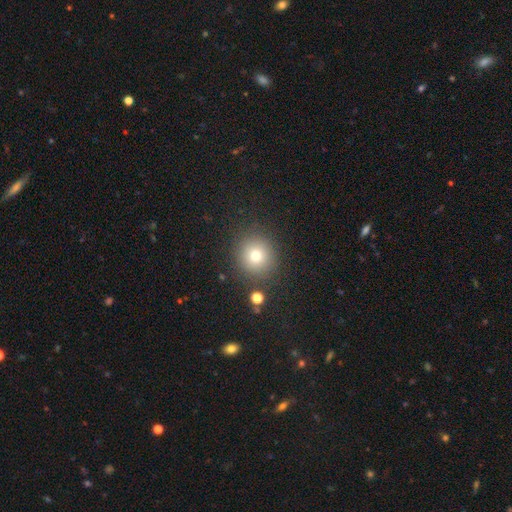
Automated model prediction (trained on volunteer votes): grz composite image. It shows a smooth galaxy with no disk features (73%) that is round (92%). Merging: none (87%).